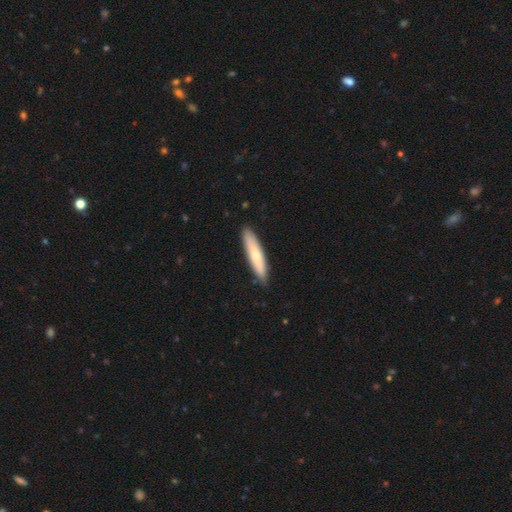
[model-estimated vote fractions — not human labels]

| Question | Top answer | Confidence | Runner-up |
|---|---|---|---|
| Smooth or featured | smooth | 70% | featured or disk (25%) |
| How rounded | cigar-shaped | 85% | in between (13%) |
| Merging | none | 88% | minor disturbance (9%) |